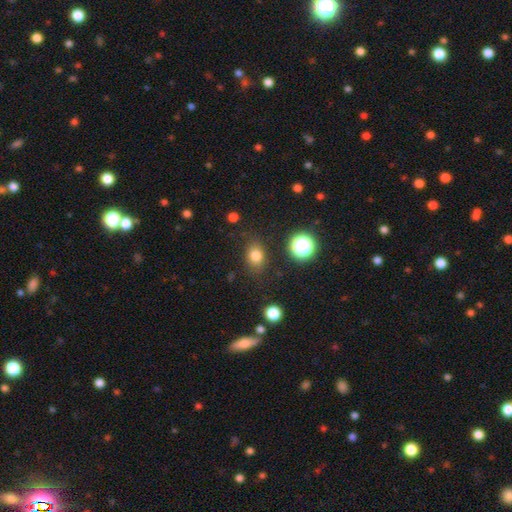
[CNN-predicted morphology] A smooth galaxy with no disk features (79%) that is in between round and cigar-shaped (58%). Merging: none (82%).